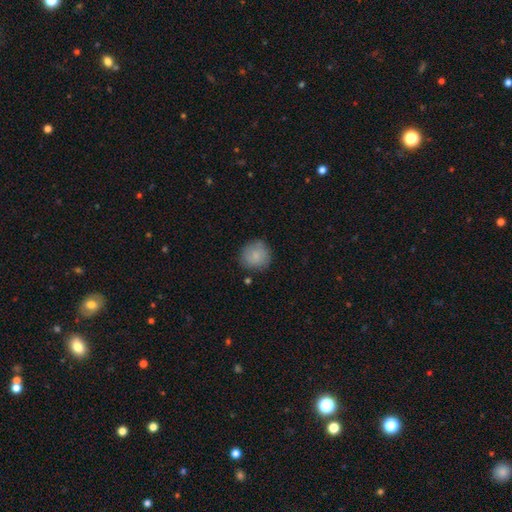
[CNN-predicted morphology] smooth 81%, featured or disk 12%, star or artifact 7%. Down the decision tree: how rounded — round (92%); merging — none (80%).